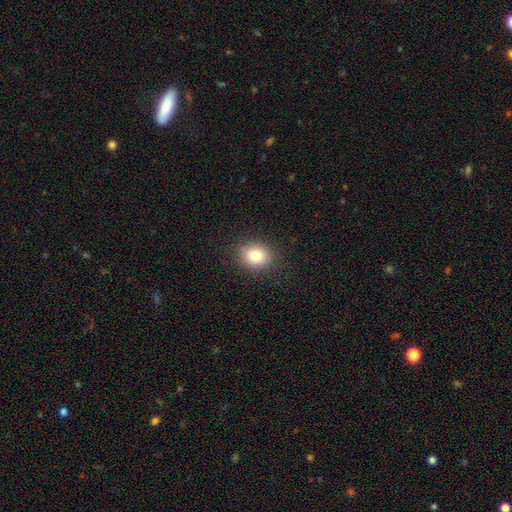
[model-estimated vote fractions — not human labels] This is clearly a smooth galaxy (82%). How rounded: likely round (65%). Merging: clearly none (86%).